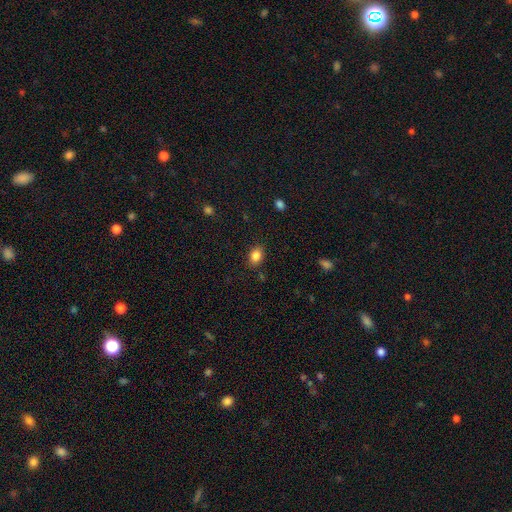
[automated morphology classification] Q: Smooth or featured?
A: smooth (85%); runner-up: star or artifact (10%)
Q: How rounded?
A: in between (68%); runner-up: round (31%)
Q: Merging?
A: none (85%); runner-up: minor disturbance (11%)